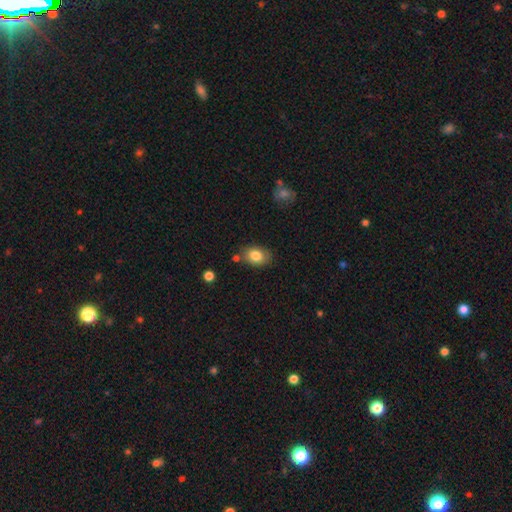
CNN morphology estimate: type=smooth (82%); roundness=in between (74%); merging=none (75%).